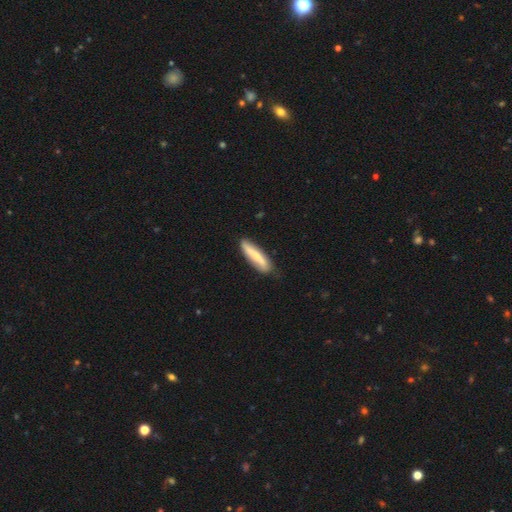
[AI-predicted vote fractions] Overall: smooth (55%; featured or disk 39%). How rounded: cigar-shaped (75%). Merging: none (79%).